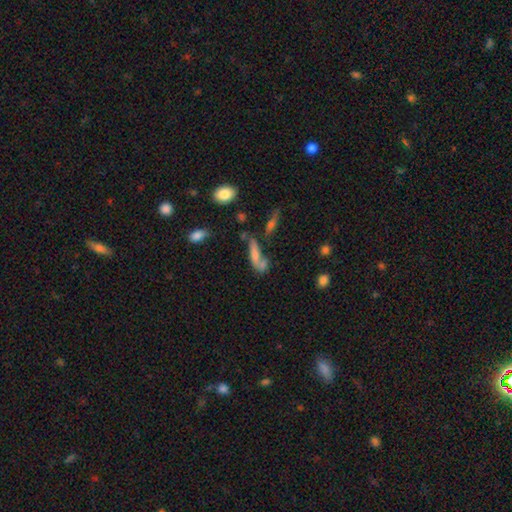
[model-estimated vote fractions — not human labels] Overall: smooth (60%; featured or disk 28%). How rounded: cigar-shaped (53%; in between 42%). Merging: merger (37%; none 35%).